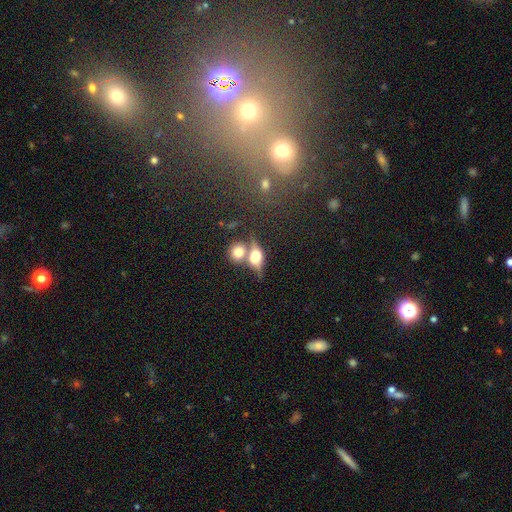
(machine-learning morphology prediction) Smooth or featured: smooth — 56% (featured or disk — 33%)
How rounded: in between — 54% (round — 35%)
Merging: merger — 50% (none — 33%)